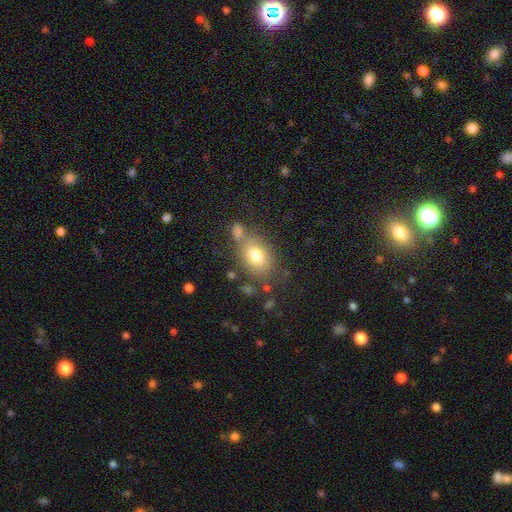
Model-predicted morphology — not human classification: Smooth or featured? Predicted: smooth (p=0.76). How rounded? Predicted: in between (p=0.74). Merging? Predicted: none (p=0.64).